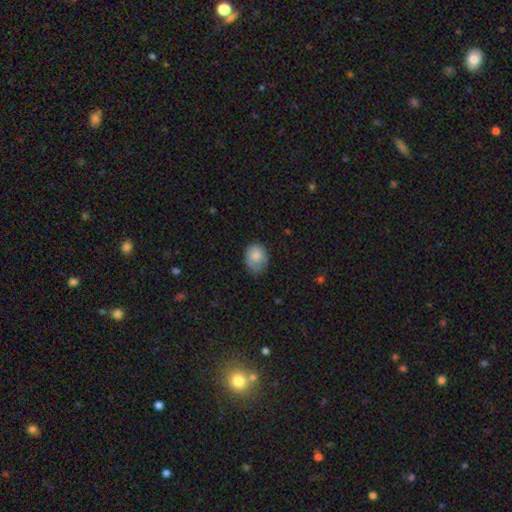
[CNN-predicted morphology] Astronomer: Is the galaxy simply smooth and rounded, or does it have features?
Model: smooth — 81%.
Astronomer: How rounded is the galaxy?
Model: in between — 53% (runner-up: round, 46%).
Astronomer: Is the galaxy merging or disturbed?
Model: none — 59%.